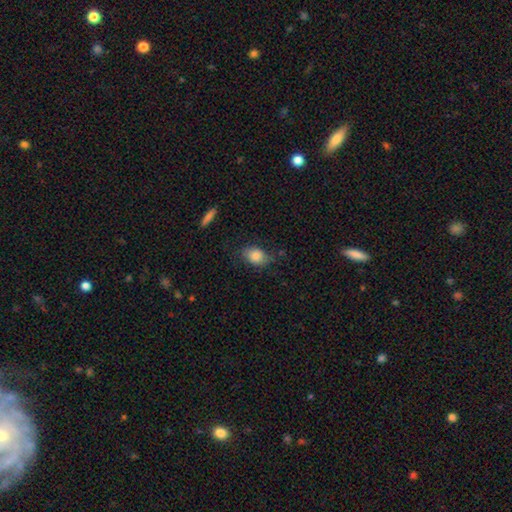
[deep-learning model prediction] smooth-or-featured: smooth: 83% | featured or disk: 9% | star or artifact: 8%
  how-rounded: in between: 77% | round: 21% | cigar-shaped: 2%
  merging: none: 67% | minor disturbance: 24% | major disturbance: 6% | merger: 2%